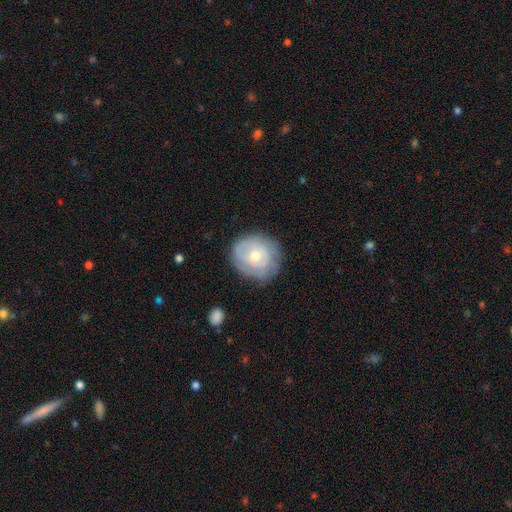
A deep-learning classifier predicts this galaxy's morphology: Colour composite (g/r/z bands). It shows a featured or disk galaxy (52%) with no bar (80%), spiral arms (59%) and a moderate central bulge (54%). Merging: none (71%).